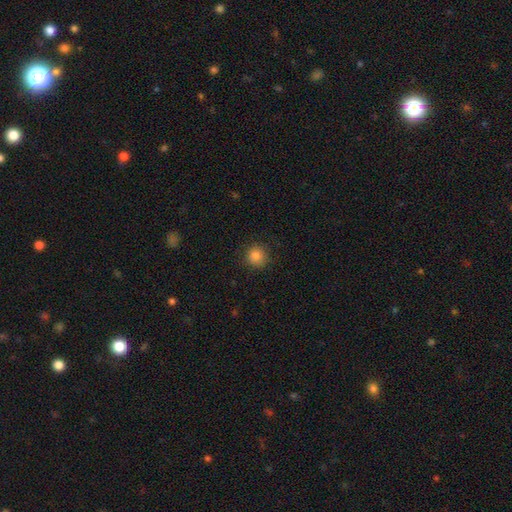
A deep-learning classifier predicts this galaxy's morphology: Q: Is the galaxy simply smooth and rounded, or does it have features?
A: smooth — 84%.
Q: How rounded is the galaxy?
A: round — 93%.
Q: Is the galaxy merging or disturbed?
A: none — 88%.